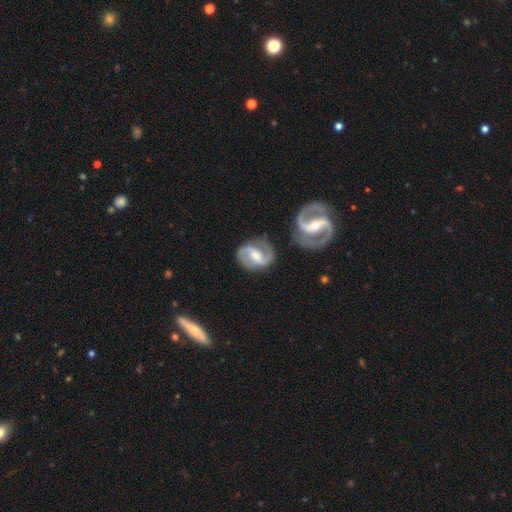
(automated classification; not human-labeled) smooth-or-featured: featured or disk: 84% | smooth: 11% | star or artifact: 5%
  disk-edge-on: no: 97% | yes: 3%
    bar: weak: 47% | strong: 34% | no: 19%
    has-spiral-arms: yes: 95% | no: 5%
      spiral-winding: medium: 55% | loose: 26% | tight: 19%
      spiral-arm-count: 2: 91% | can't tell: 3% | 1: 2% | 3: 2% | 4: 1% | more than 4: 1%
    bulge-size: moderate: 52% | small: 31% | large: 8% | none: 7% | dominant: 1%
  merging: none: 69% | minor disturbance: 17% | merger: 8% | major disturbance: 7%